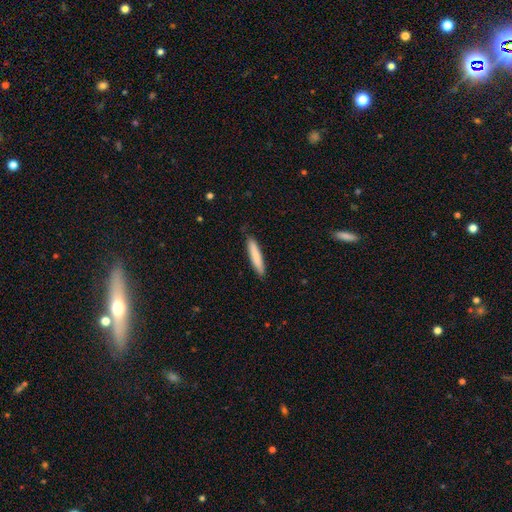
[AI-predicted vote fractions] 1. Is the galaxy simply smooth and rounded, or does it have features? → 83% smooth, 12% featured or disk, 6% star or artifact.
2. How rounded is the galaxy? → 91% cigar-shaped, 8% in between, 1% round.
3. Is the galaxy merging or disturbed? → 87% none, 10% minor disturbance, 2% major disturbance, 1% merger.